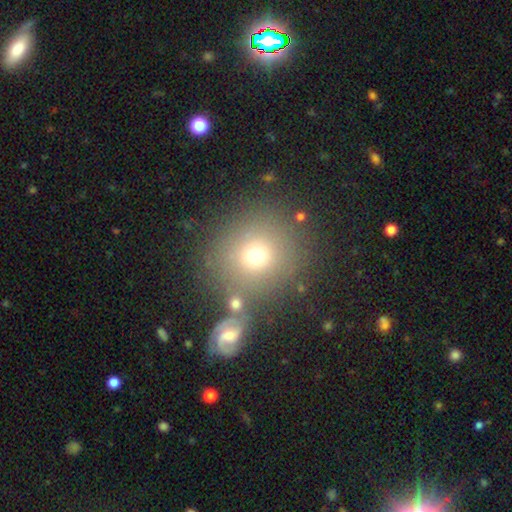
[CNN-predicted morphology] Smooth or featured? Predicted: smooth (p=0.71). How rounded? Predicted: round (p=0.86). Merging? Predicted: none (p=0.69).